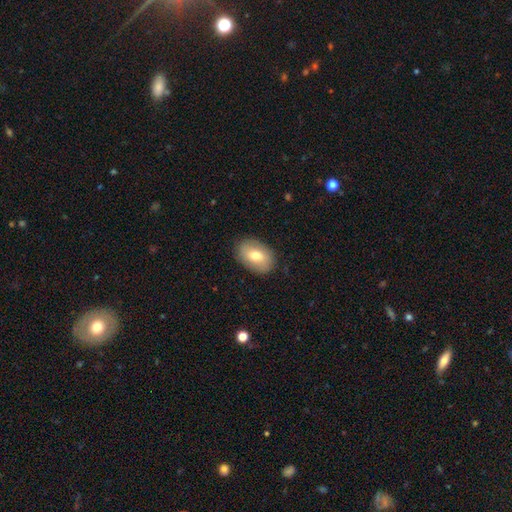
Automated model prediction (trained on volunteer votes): Smooth or featured? smooth (70%)
How rounded? in between (84%)
Merging? none (86%)